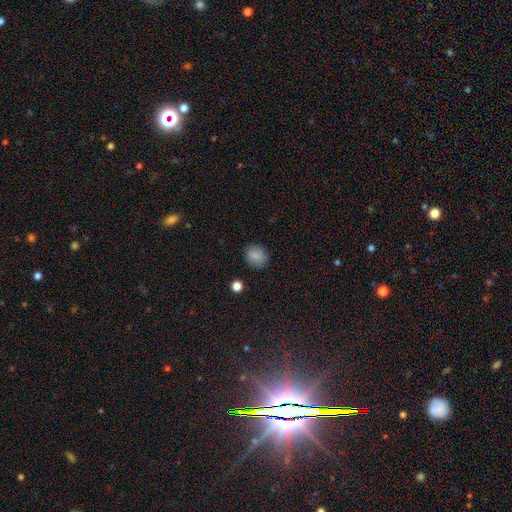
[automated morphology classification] Smooth or featured? Predicted: smooth (p=0.86). How rounded? Predicted: round (p=0.72). Merging? Predicted: none (p=0.86).